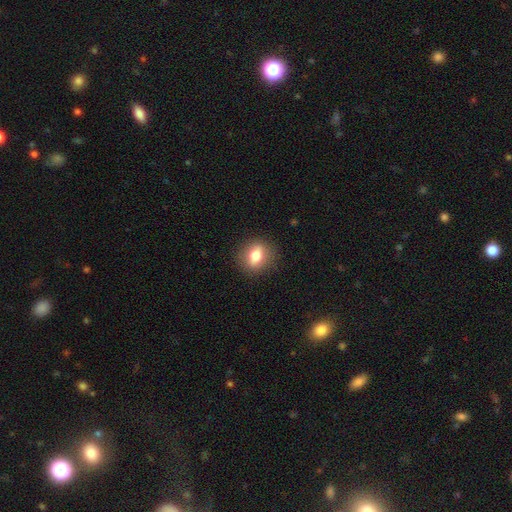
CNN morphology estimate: type=smooth (74%); roundness=round (51%); merging=none (87%).